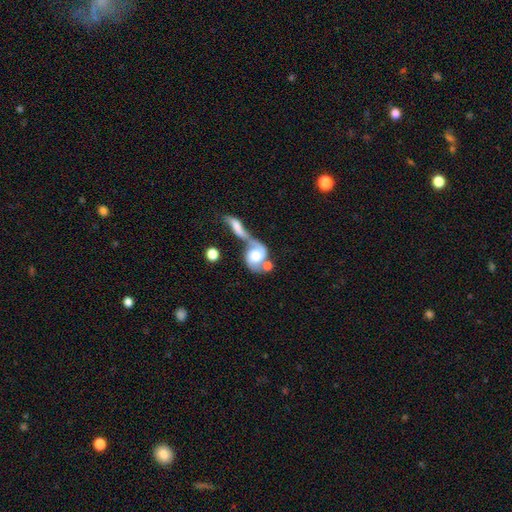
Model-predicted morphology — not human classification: Smooth or featured? featured or disk (67%)
Edge-on disk? no (96%)
Bar? no (65%)
Spiral arms? yes (86%)
Spiral winding? loose (43%)
Spiral arm count? 2 (69%)
Bulge size? moderate (45%)
Merging? merger (69%)